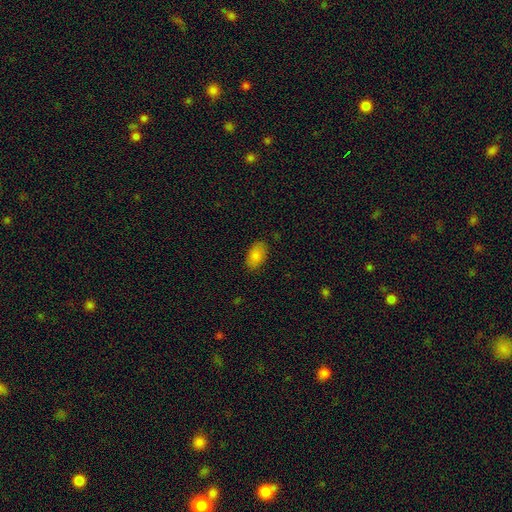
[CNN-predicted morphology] Overall: smooth (85%). How rounded: in between (93%). Merging: none (85%).